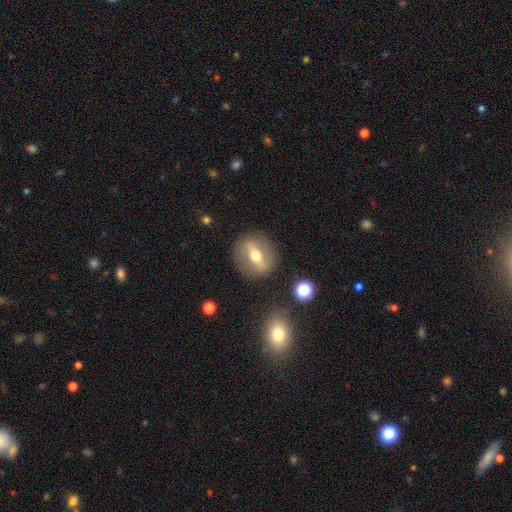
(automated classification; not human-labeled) This appears to be a featured or disk galaxy (60%). Merging: none (85%).